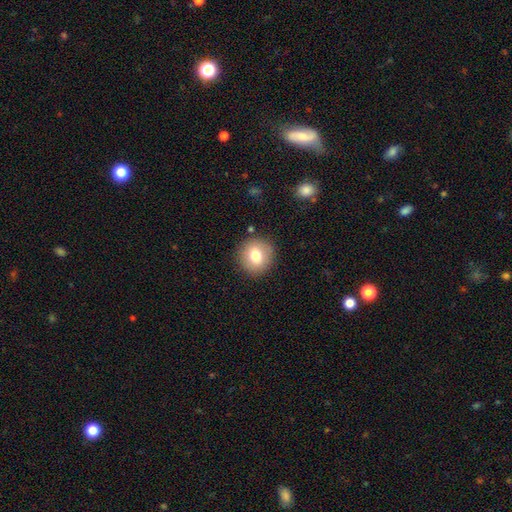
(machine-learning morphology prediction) The model was most divided on "smooth or featured": smooth: 75%, featured or disk: 16%, star or artifact: 9%. More confident: how rounded — round (89%); merging — none (88%).